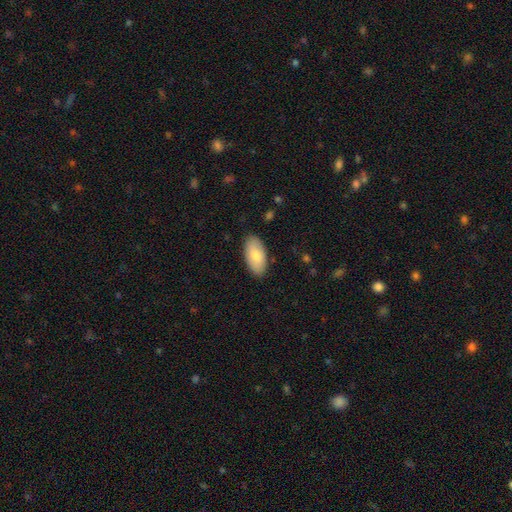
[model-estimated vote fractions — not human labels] Q: Smooth or featured?
A: smooth (79%); runner-up: featured or disk (16%)
Q: How rounded?
A: in between (94%); runner-up: cigar-shaped (3%)
Q: Merging?
A: none (87%); runner-up: minor disturbance (10%)